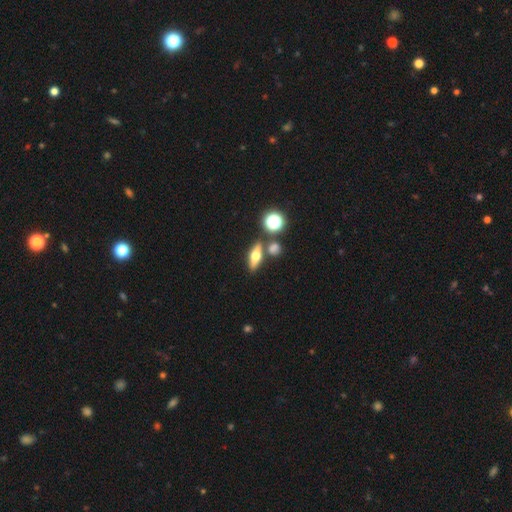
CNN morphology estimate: Q: Smooth or featured?
A: smooth (47%); runner-up: featured or disk (41%)
Q: Merging?
A: none (74%); runner-up: merger (14%)